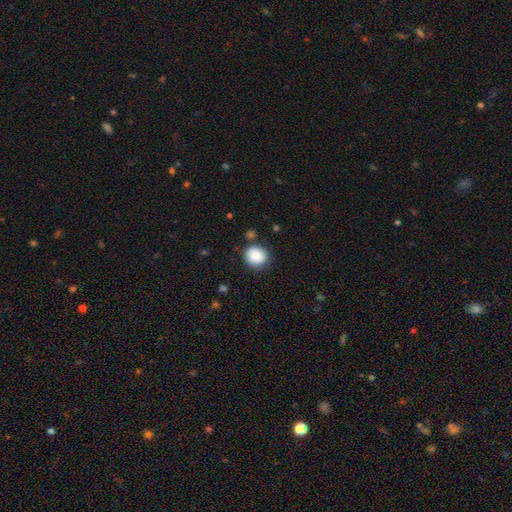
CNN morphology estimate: Q: Smooth or featured?
A: smooth (86%); runner-up: star or artifact (8%)
Q: How rounded?
A: round (84%); runner-up: in between (16%)
Q: Merging?
A: none (81%); runner-up: minor disturbance (13%)